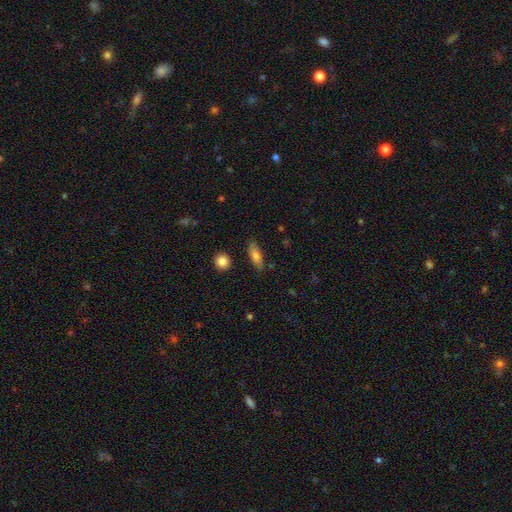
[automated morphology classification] type=smooth (73%); roundness=in between (61%); merging=none (83%).